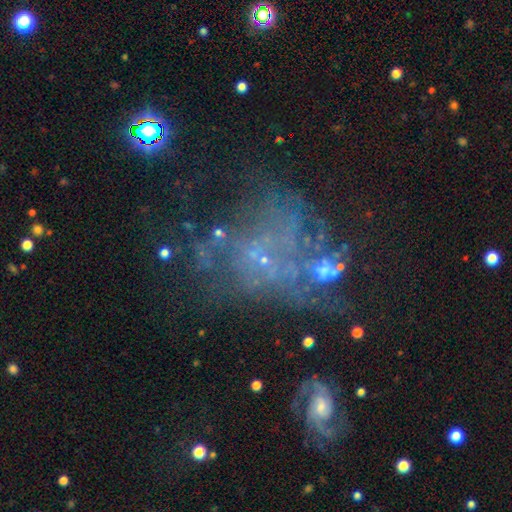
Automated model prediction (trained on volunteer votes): This is possibly a featured or disk galaxy (56%). It is clearly not viewed edge-on (97%). Bar: clearly no (84%). Spiral arm pattern: likely no (69%). Central bulge: possibly none (52%). Merging: marginally none (33%).